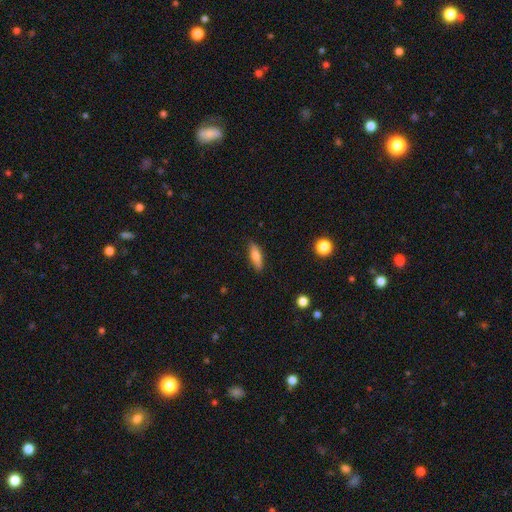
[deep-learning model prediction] Smooth or featured? smooth (71%)
How rounded? cigar-shaped (50%)
Merging? none (87%)